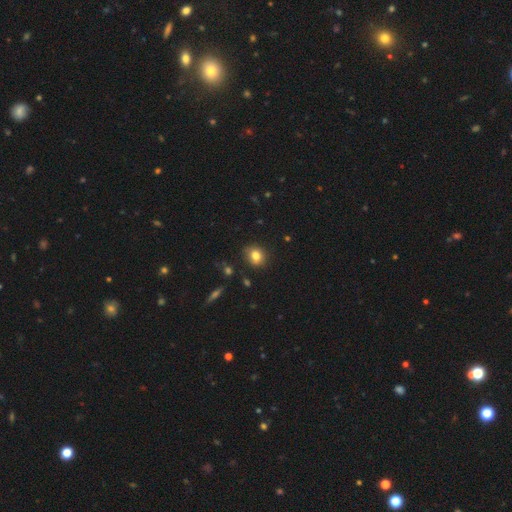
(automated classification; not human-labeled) This is clearly a smooth galaxy (80%). How rounded: likely round (67%). Merging: clearly none (83%).